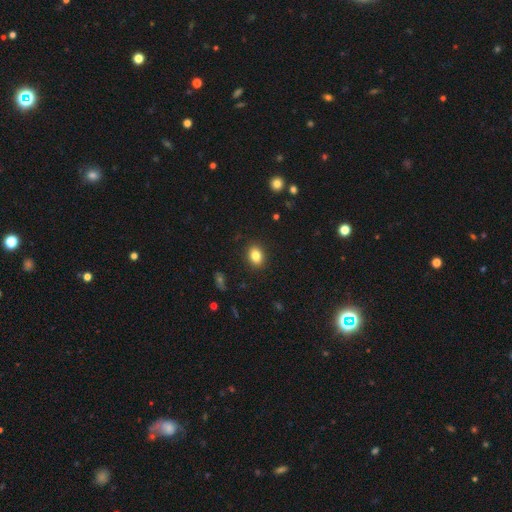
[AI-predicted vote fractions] This appears to be a smooth galaxy with no disk features (83%) that is in between round and cigar-shaped (65%). Merging: none (90%).